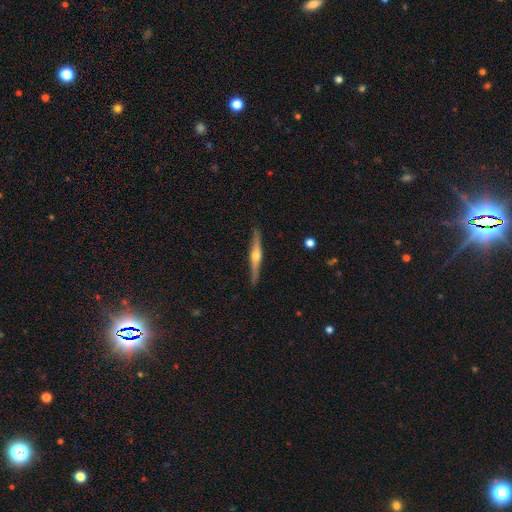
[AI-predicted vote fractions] The model was most divided on "smooth or featured": featured or disk: 71%, smooth: 24%, star or artifact: 5%. More confident: edge-on disk — yes (97%); edge-on bulge — rounded (92%); merging — none (89%).